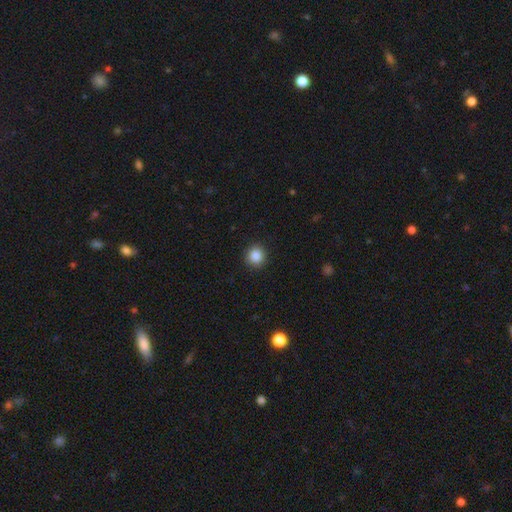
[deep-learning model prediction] Overall: smooth (87%). How rounded: round (91%). Merging: none (91%).